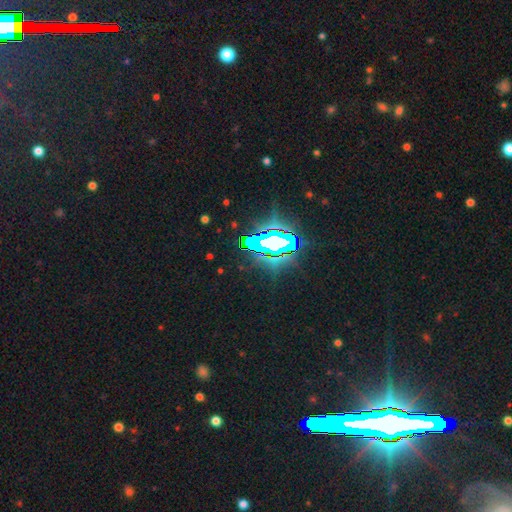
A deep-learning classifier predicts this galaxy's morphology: This appears to be a star or artifact, not a galaxy (79%).